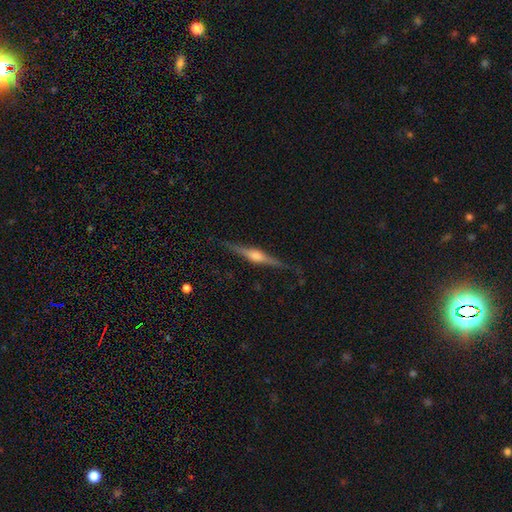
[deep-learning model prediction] Smooth or featured? Predicted: featured or disk (p=0.79). Edge-on disk? Predicted: yes (p=0.98). Edge-on bulge? Predicted: rounded (p=0.87). Merging? Predicted: none (p=0.87).